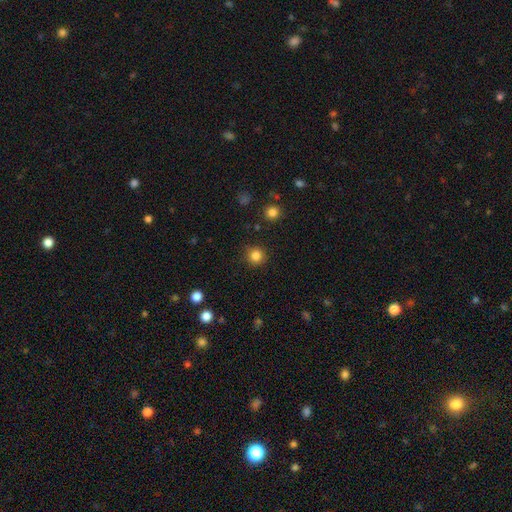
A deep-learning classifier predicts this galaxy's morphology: smooth_or_featured: smooth (p=0.83) [alt: star or artifact p=0.12]
how_rounded: round (p=0.94) [alt: in between p=0.05]
merging: none (p=0.89) [alt: minor disturbance p=0.07]